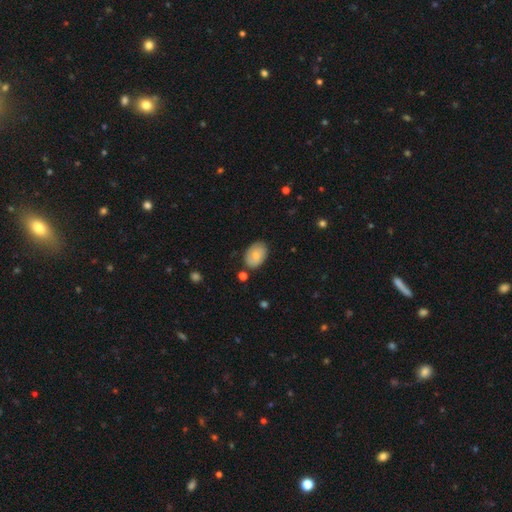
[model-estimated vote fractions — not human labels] Morphology: type=smooth (76%); roundness=in between (86%); merging=none (79%).